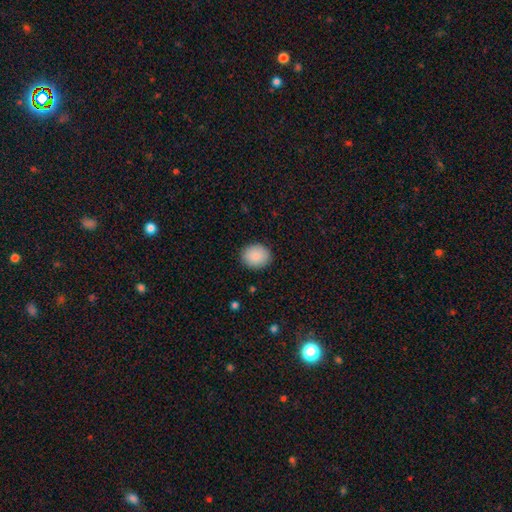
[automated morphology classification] type=smooth (89%); roundness=round (66%); merging=none (90%).